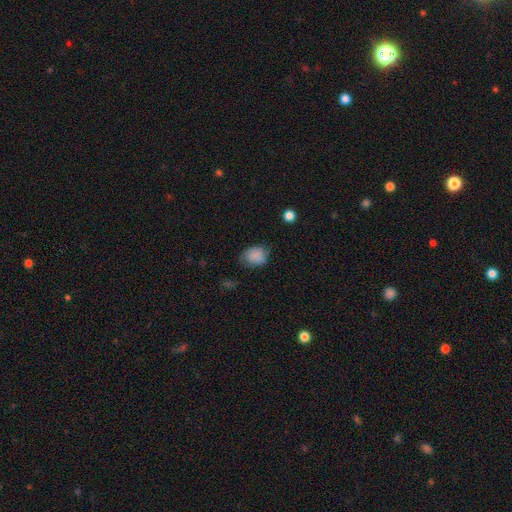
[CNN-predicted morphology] type=smooth (77%); roundness=in between (59%); merging=none (57%).